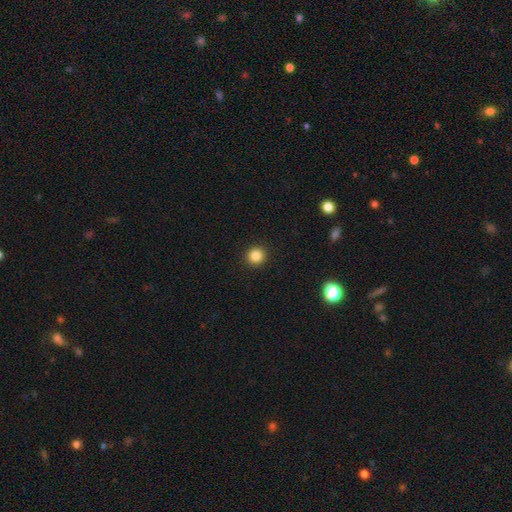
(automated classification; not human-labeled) The model was most divided on "smooth or featured": smooth: 85%, star or artifact: 11%, featured or disk: 4%. More confident: how rounded — round (94%); merging — none (93%).